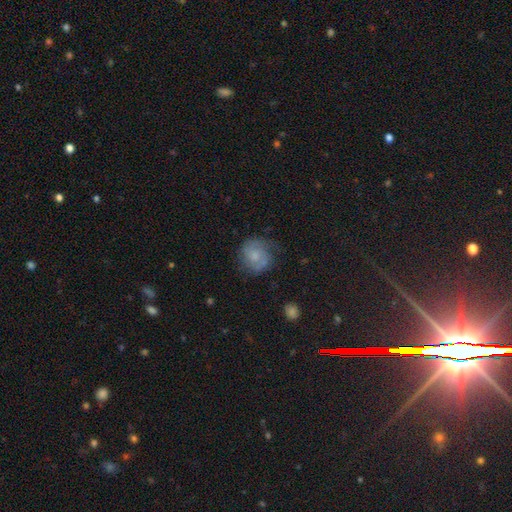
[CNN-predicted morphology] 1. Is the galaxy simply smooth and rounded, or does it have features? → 49% featured or disk, 43% smooth, 9% star or artifact.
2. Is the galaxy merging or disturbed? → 61% none, 24% minor disturbance, 12% major disturbance, 2% merger.